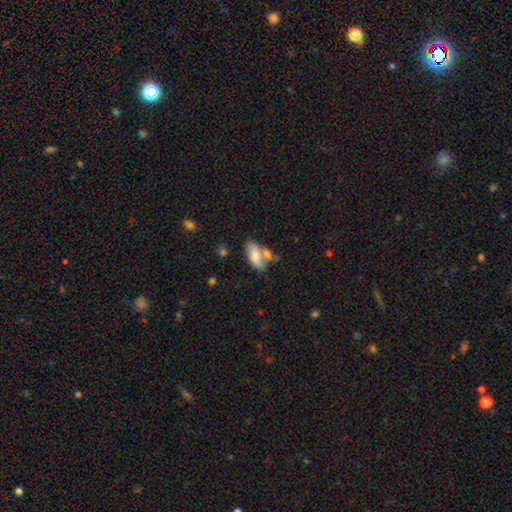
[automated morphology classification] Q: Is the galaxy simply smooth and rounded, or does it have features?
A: smooth — 75%.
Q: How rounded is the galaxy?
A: in between — 87%.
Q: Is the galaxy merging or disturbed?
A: none — 46%.